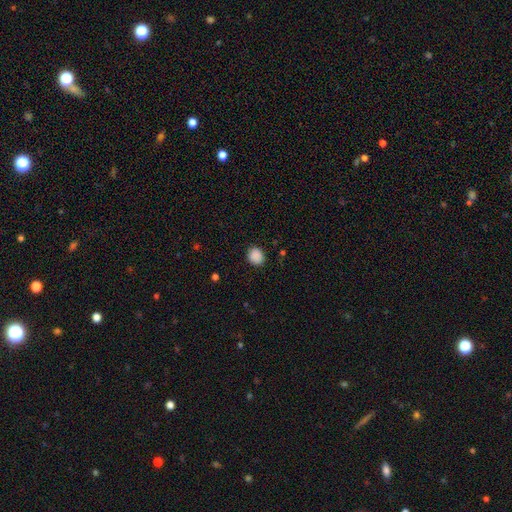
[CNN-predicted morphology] smooth-or-featured: smooth: 89% | star or artifact: 9% | featured or disk: 3%
  how-rounded: round: 66% | in between: 33% | cigar-shaped: 1%
  merging: none: 88% | minor disturbance: 9% | major disturbance: 3% | merger: 1%